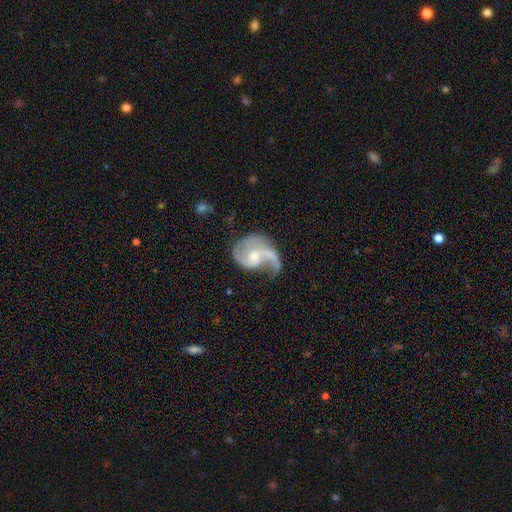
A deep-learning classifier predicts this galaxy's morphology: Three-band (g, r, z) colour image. It shows a featured or disk galaxy (84%) with no bar (58%), 2 (65%) loose (48%) spiral arms (95%) and a moderate central bulge (47%). Merging: none (37%).